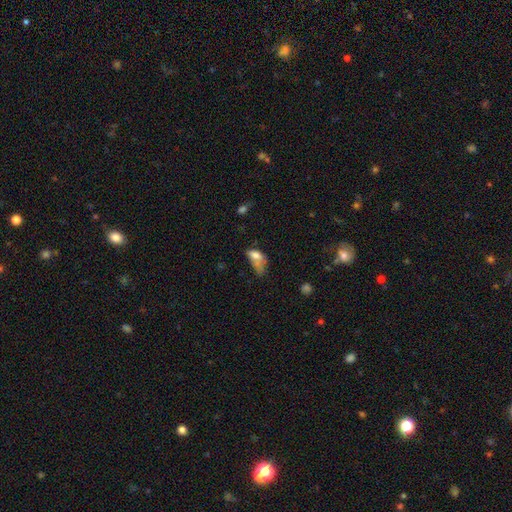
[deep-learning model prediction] A smooth galaxy with no disk features (66%) that is in between round and cigar-shaped (86%). Merging: major disturbance (41%).